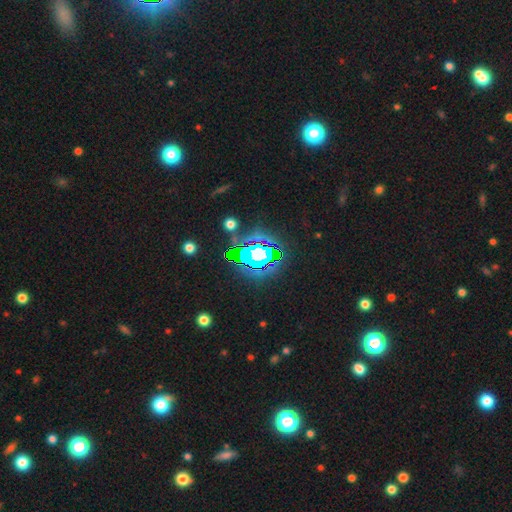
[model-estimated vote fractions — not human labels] Q: Smooth or featured?
A: star or artifact (66%); runner-up: smooth (18%)